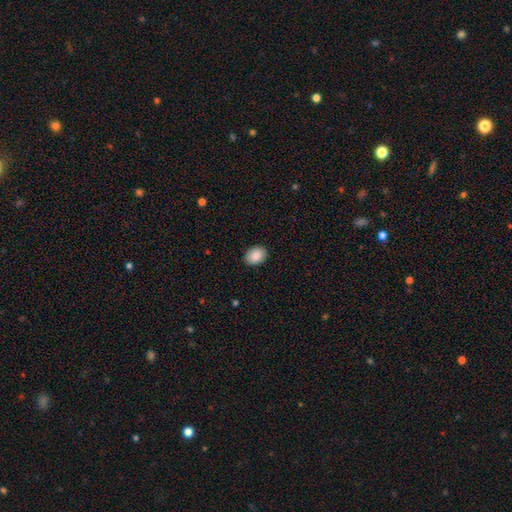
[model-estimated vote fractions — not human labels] This is clearly a smooth galaxy (90%). How rounded: likely in between (75%). Merging: clearly none (89%).